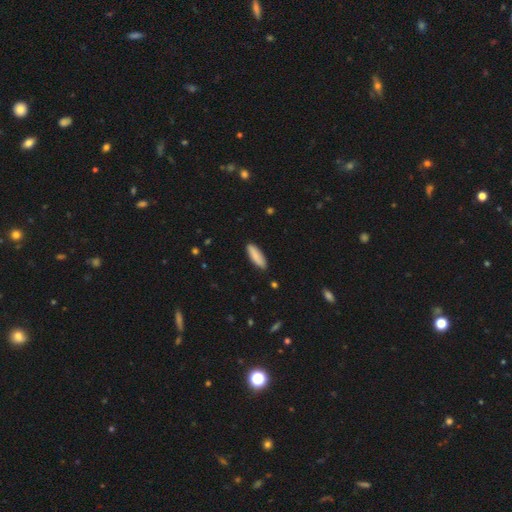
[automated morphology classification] Smooth or featured: smooth — 85% (featured or disk — 9%)
How rounded: cigar-shaped — 51% (in between — 47%)
Merging: none — 87% (minor disturbance — 10%)